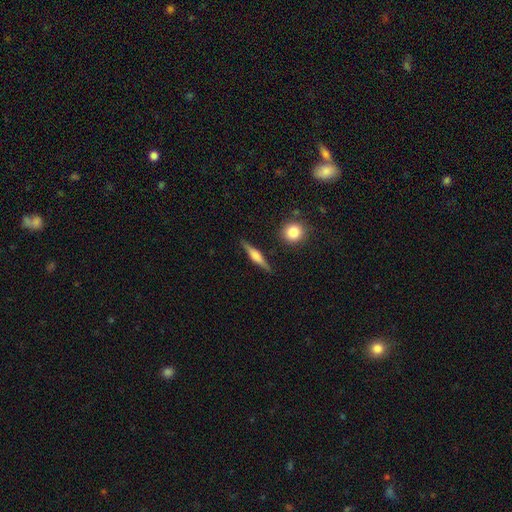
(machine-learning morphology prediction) type=featured or disk (59%); edge-on=yes (96%); edge-on bulge=rounded (72%); merging=none (87%).